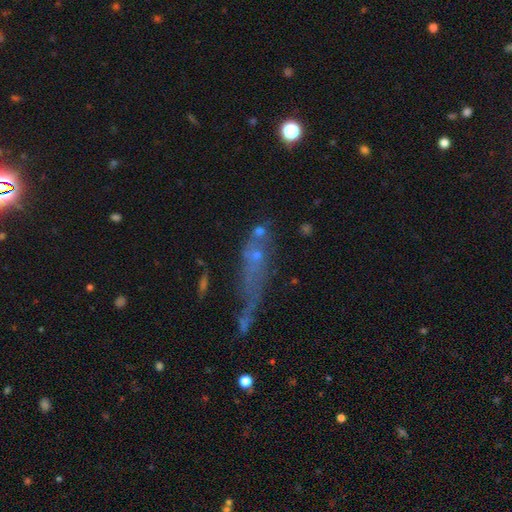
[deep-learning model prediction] A smooth galaxy with no disk features (36%). Merging: none (43%).